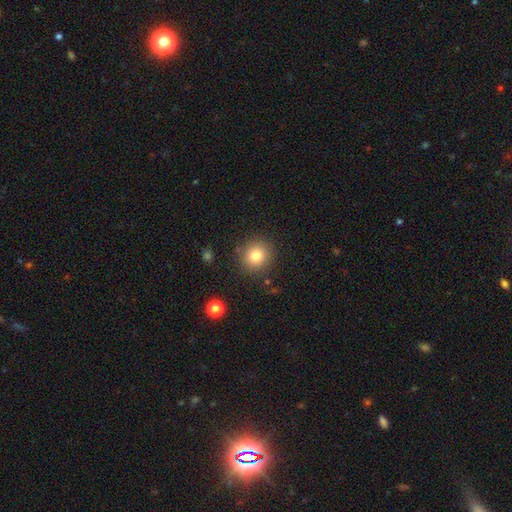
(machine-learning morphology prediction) smooth_or_featured: smooth (p=0.80) [alt: star or artifact p=0.12]
how_rounded: round (p=0.90) [alt: in between p=0.09]
merging: none (p=0.88) [alt: minor disturbance p=0.08]